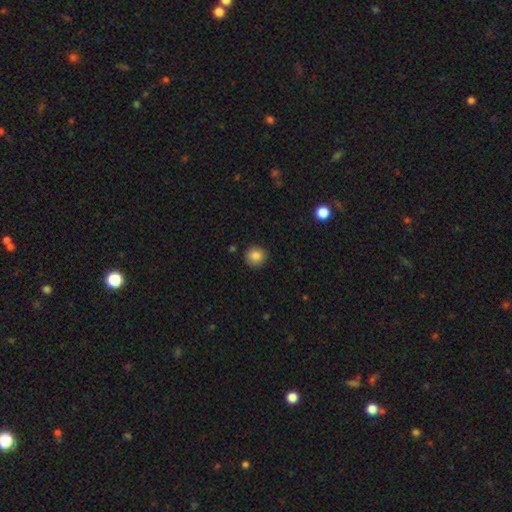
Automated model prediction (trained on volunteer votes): Morphology: type=smooth (84%); roundness=round (93%); merging=none (89%).